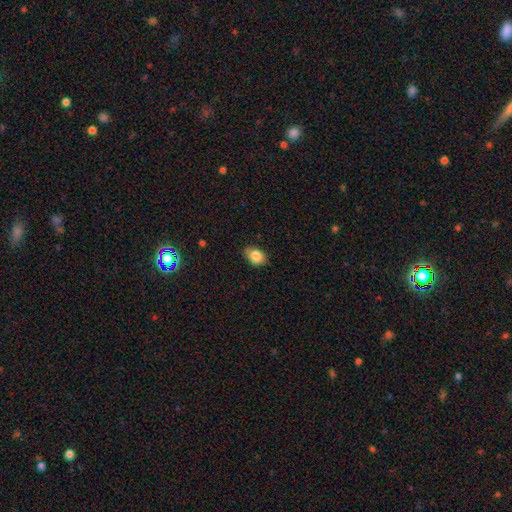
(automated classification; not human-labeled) smooth-or-featured: smooth: 84% | star or artifact: 8% | featured or disk: 8%
  how-rounded: in between: 77% | round: 21% | cigar-shaped: 1%
  merging: none: 79% | minor disturbance: 17% | major disturbance: 3% | merger: 1%